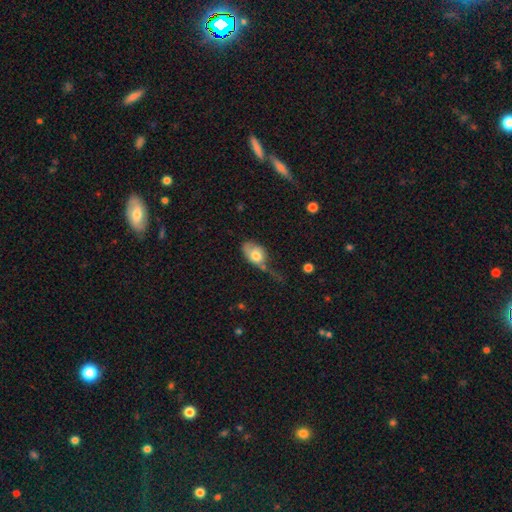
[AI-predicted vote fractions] Q: Smooth or featured?
A: smooth (70%); runner-up: featured or disk (23%)
Q: How rounded?
A: in between (79%); runner-up: round (18%)
Q: Merging?
A: major disturbance (35%); runner-up: minor disturbance (29%)